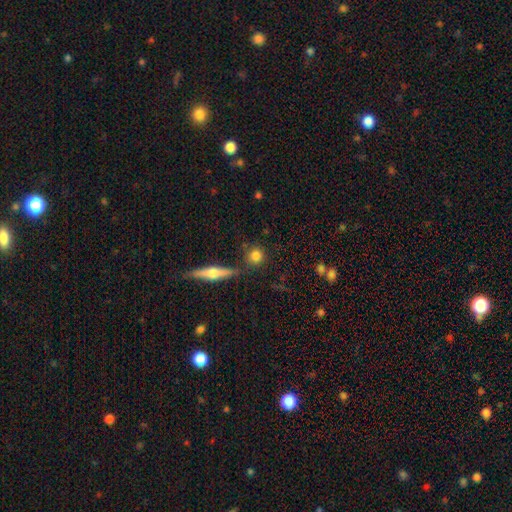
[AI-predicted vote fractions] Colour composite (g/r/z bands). It shows a smooth galaxy with no disk features (78%) that is round (86%). Merging: none (80%).